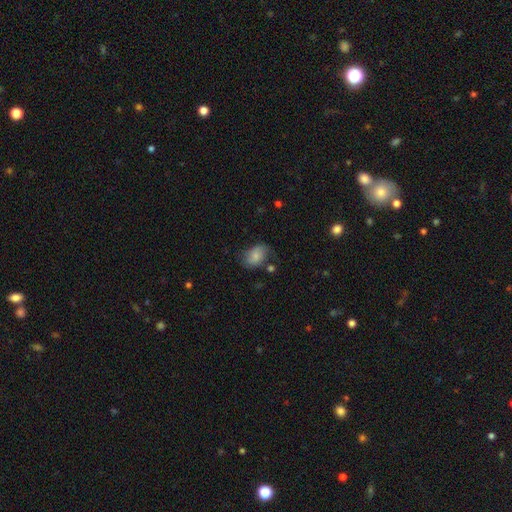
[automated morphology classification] smooth-or-featured: smooth: 72% | featured or disk: 20% | star or artifact: 8%
  how-rounded: in between: 80% | round: 19% | cigar-shaped: 1%
  merging: none: 56% | minor disturbance: 29% | major disturbance: 11% | merger: 4%